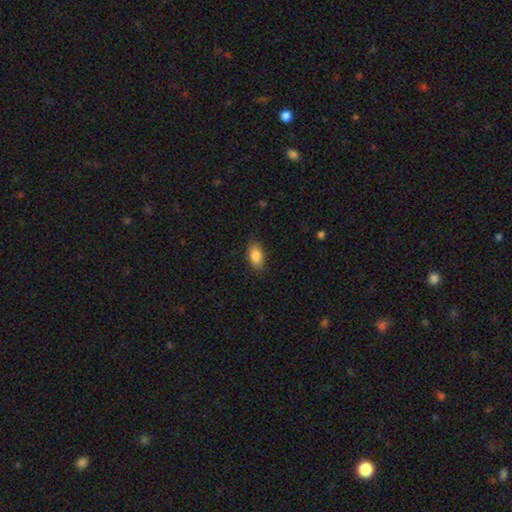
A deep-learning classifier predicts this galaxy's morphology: smooth-or-featured: smooth: 88% | star or artifact: 7% | featured or disk: 6%
  how-rounded: in between: 92% | round: 4% | cigar-shaped: 4%
  merging: none: 85% | minor disturbance: 11% | major disturbance: 3% | merger: 1%